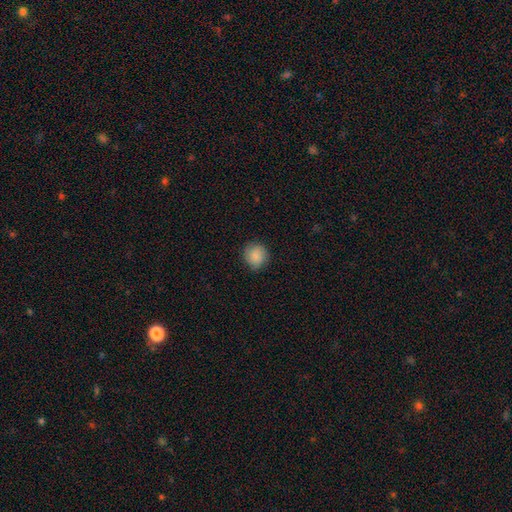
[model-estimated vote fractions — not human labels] smooth_or_featured: smooth (p=0.88) [alt: star or artifact p=0.08]
how_rounded: round (p=0.88) [alt: in between p=0.11]
merging: none (p=0.86) [alt: minor disturbance p=0.10]